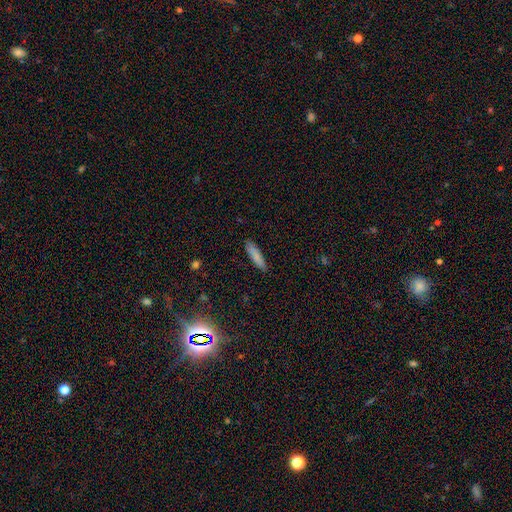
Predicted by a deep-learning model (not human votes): smooth 81%, featured or disk 12%, star or artifact 7%. Down the decision tree: how rounded — cigar-shaped (77%); merging — none (87%).